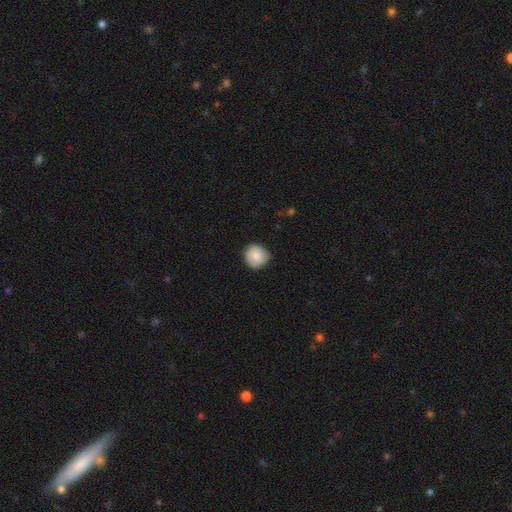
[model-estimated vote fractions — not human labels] Q: Smooth or featured?
A: smooth (80%); runner-up: featured or disk (13%)
Q: How rounded?
A: round (91%); runner-up: in between (8%)
Q: Merging?
A: none (83%); runner-up: minor disturbance (13%)